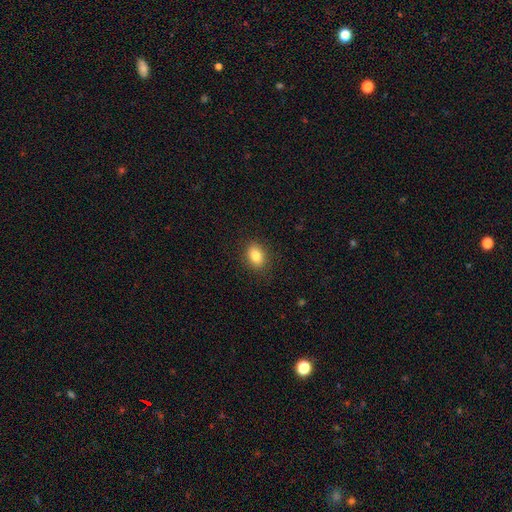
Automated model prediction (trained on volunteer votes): Smooth or featured? Predicted: smooth (p=0.84). How rounded? Predicted: in between (p=0.77). Merging? Predicted: none (p=0.87).